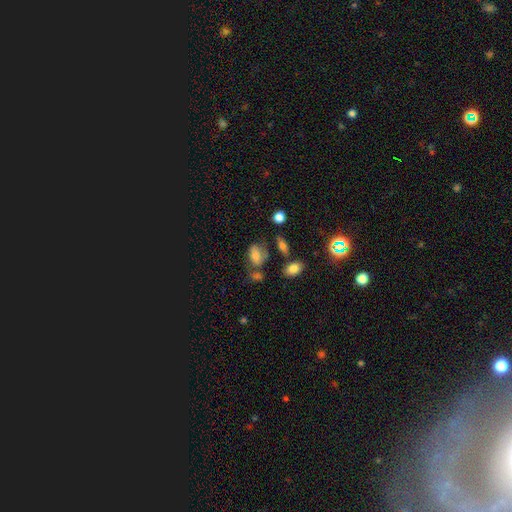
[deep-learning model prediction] This is likely a smooth galaxy (68%). How rounded: clearly in between (81%). Merging: possibly none (46%).